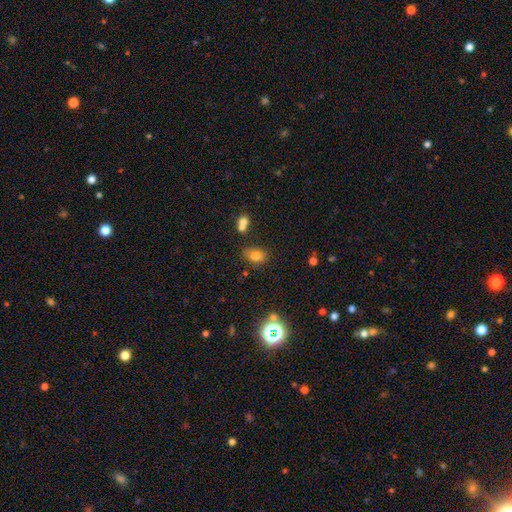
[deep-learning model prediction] The model was most divided on "merging": none: 65%, minor disturbance: 17%, merger: 13%, major disturbance: 6%. More confident: smooth or featured — smooth (74%); how rounded — in between (74%).